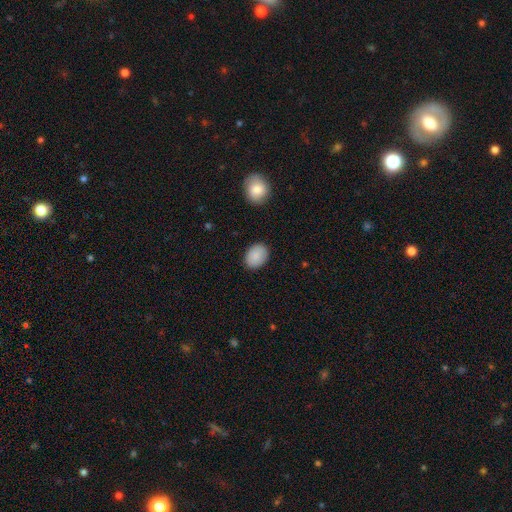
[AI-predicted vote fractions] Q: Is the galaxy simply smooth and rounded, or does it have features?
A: smooth — 89%.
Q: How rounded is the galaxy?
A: in between — 76%.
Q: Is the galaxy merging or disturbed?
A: none — 88%.